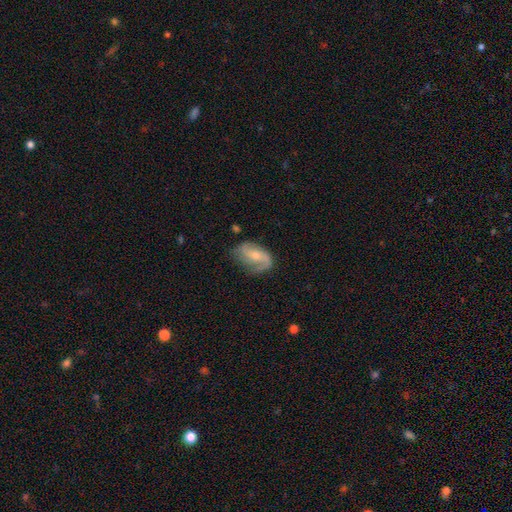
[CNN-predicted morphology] type=featured or disk (70%); edge-on=no (96%); bar=no (52%); spiral arms=yes (90%); winding=loose (53%); arm count=2 (79%); bulge=small (48%); merging=none (59%).